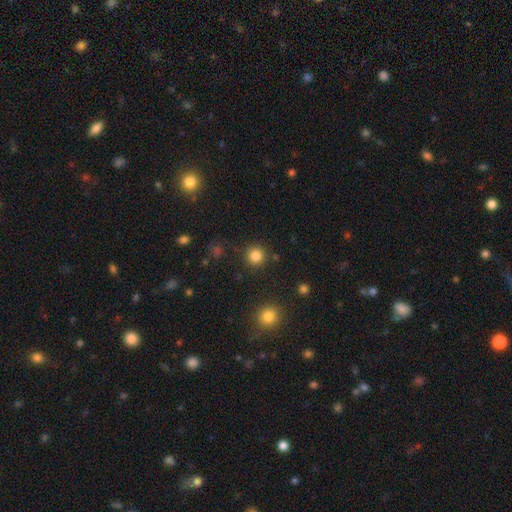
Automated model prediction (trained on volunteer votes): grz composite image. It shows a smooth galaxy with no disk features (83%) that is round (94%). Merging: none (88%).